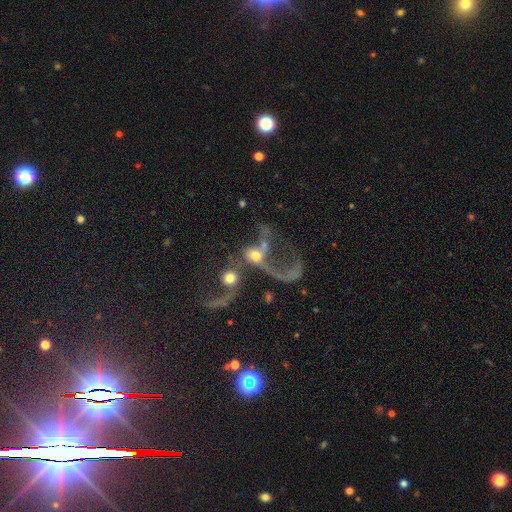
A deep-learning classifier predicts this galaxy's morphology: This is possibly a featured or disk galaxy (55%). It is clearly not viewed edge-on (96%). Bar: likely no (76%). Spiral arm pattern: possibly yes (55%). Central bulge: possibly moderate (47%). Merging: likely merger (64%).